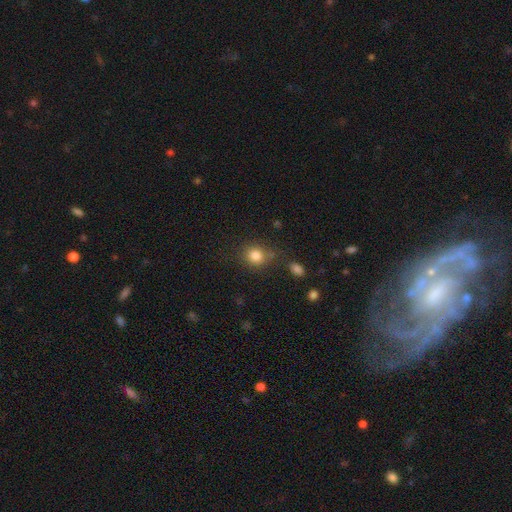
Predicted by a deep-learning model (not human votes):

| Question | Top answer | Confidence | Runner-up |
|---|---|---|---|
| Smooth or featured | smooth | 84% | star or artifact (11%) |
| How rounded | round | 77% | in between (22%) |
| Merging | none | 71% | minor disturbance (16%) |